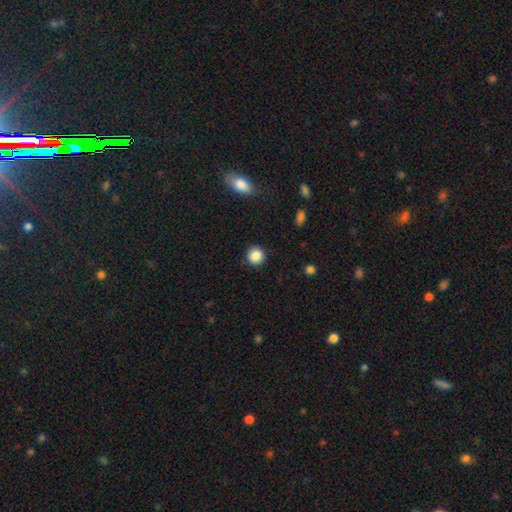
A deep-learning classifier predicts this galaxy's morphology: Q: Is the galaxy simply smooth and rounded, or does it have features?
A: smooth — 87%.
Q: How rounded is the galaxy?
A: round — 93%.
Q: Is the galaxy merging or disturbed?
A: none — 89%.